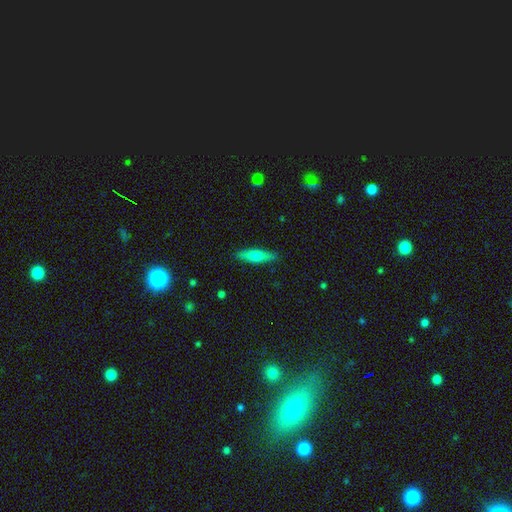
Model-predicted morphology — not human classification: This appears to be a smooth galaxy with no disk features (66%) that is cigar-shaped (68%). Merging: none (89%).